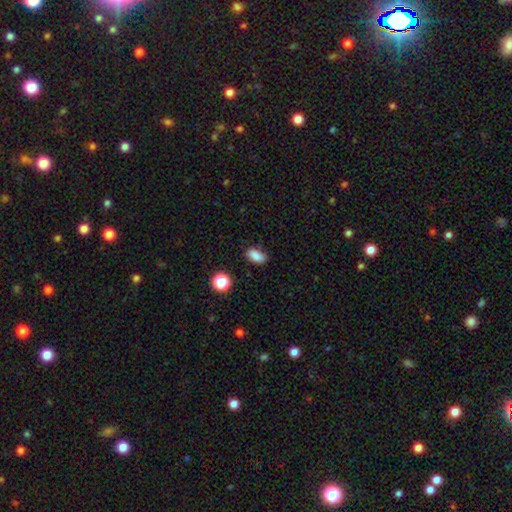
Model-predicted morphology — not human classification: A smooth galaxy with no disk features (86%) that is in between round and cigar-shaped (87%).

Vote fractions:
- Smooth or featured? smooth: 86% / star or artifact: 10% / featured or disk: 4%
- How rounded? in between: 87% / round: 8% / cigar-shaped: 4%
- Merging? none: 79% / minor disturbance: 16% / major disturbance: 3% / merger: 2%